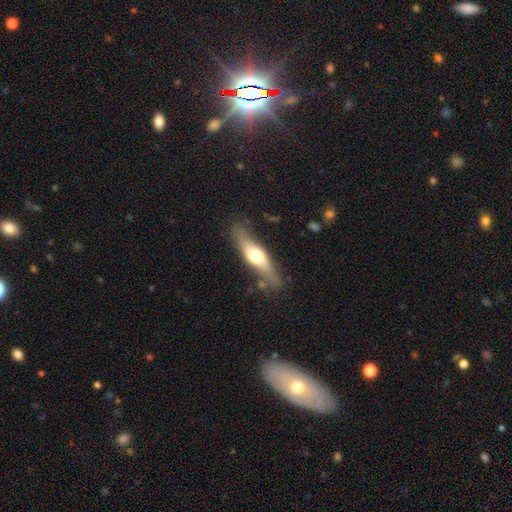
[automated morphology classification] Smooth or featured: featured or disk — 50% (smooth — 45%)
Edge-on disk: yes — 75% (no — 25%)
Merging: none — 74% (minor disturbance — 18%)